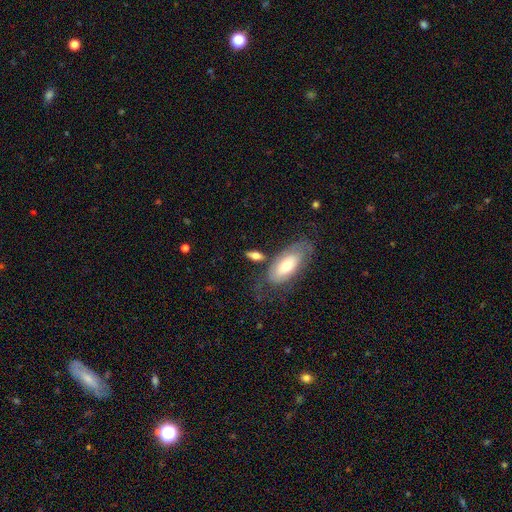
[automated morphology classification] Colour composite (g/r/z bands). It shows a smooth galaxy with no disk features (65%) that is in between round and cigar-shaped (73%). Merging: none (59%).